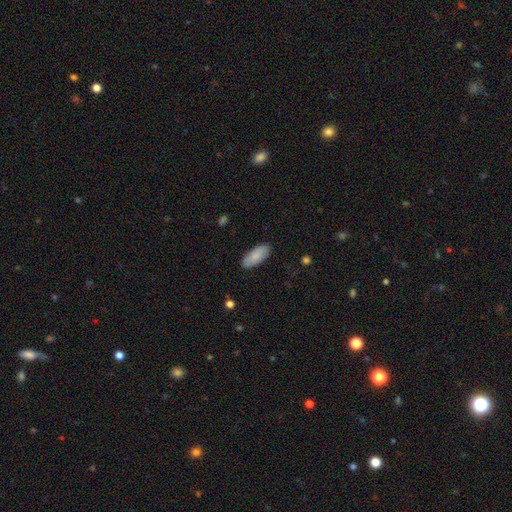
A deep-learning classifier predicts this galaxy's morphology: Smooth or featured?
  - smooth: 84% *
  - featured or disk: 10%
  - star or artifact: 6%
How rounded?
  - in between: 86% *
  - cigar-shaped: 13%
  - round: 2%
Merging?
  - none: 88% *
  - minor disturbance: 9%
  - major disturbance: 2%
  - merger: 1%